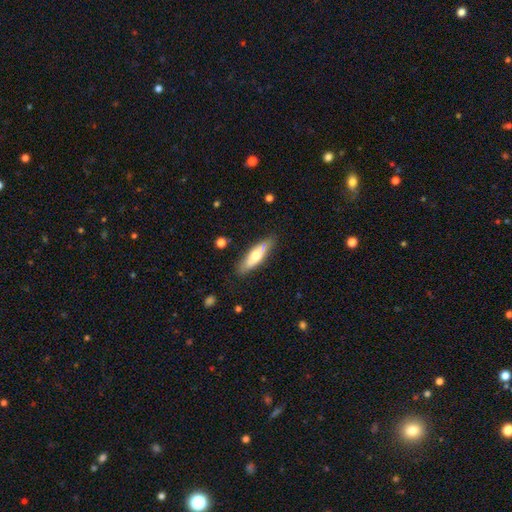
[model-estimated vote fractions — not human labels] Smooth or featured: smooth — 54% (featured or disk — 40%)
How rounded: cigar-shaped — 54% (in between — 44%)
Merging: none — 82% (minor disturbance — 13%)